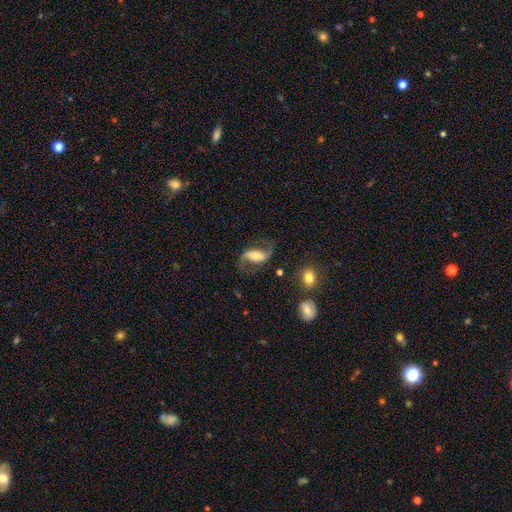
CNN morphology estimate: The model was most divided on "bulge size": moderate: 38%, small: 35%, large: 16%, none: 8%, dominant: 4%. Remaining: edge-on disk — no (95%); spiral arms — yes (93%); spiral arm count — 2 (91%); smooth or featured — featured or disk (78%); merging — none (68%); spiral winding — loose (60%); bar — strong (50%).